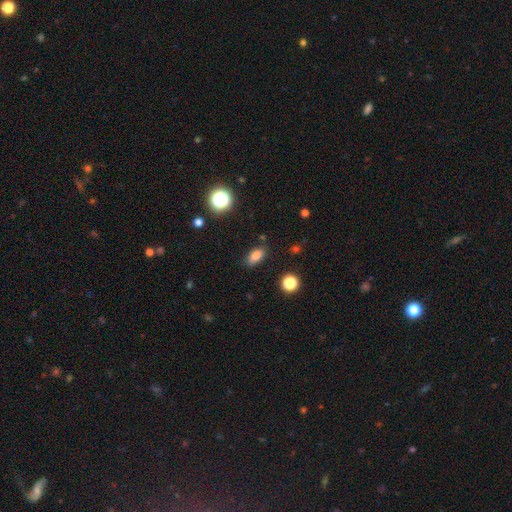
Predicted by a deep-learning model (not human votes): smooth 81%, star or artifact 12%, featured or disk 7%. Down the decision tree: how rounded — in between (86%); merging — none (85%).